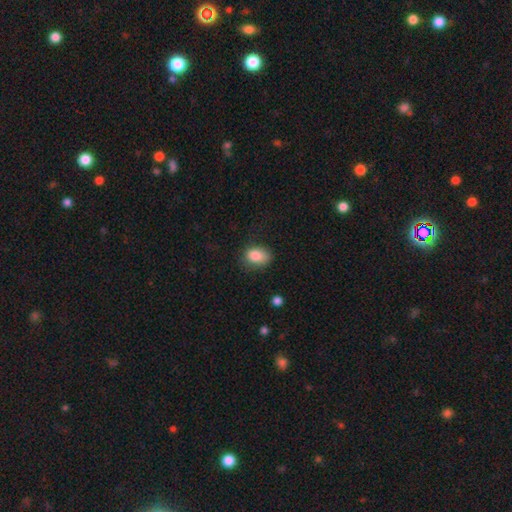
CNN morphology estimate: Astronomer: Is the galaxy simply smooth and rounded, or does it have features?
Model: smooth — 85%.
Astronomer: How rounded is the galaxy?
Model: in between — 76%.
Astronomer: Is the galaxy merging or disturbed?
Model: none — 68%.